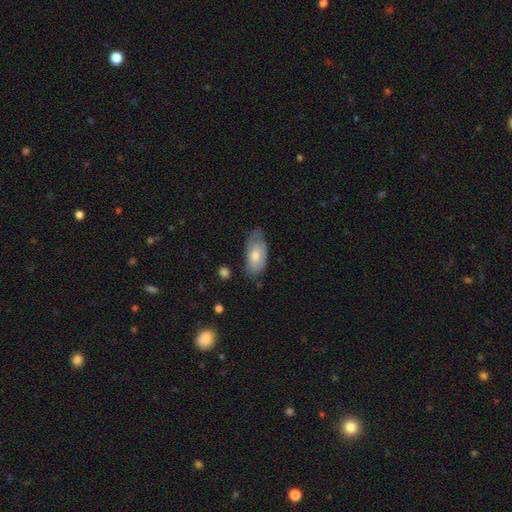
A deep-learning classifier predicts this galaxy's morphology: smooth_or_featured: smooth (p=0.69) [alt: featured or disk p=0.25]
how_rounded: in between (p=0.93) [alt: cigar-shaped p=0.04]
merging: none (p=0.53) [alt: minor disturbance p=0.35]